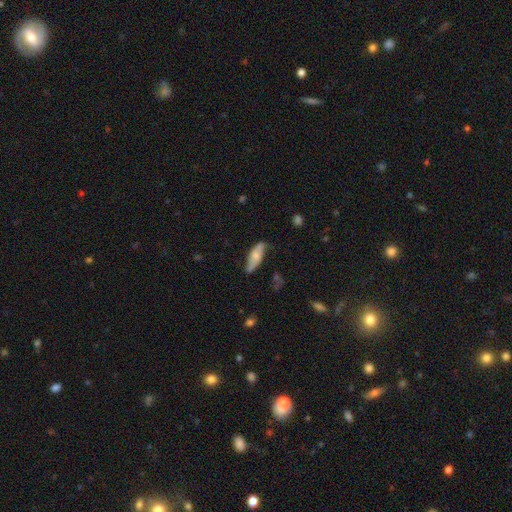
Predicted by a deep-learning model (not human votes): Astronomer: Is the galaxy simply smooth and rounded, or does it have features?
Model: smooth — 58% (runner-up: featured or disk, 36%).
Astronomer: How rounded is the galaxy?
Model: in between — 60% (runner-up: cigar-shaped, 38%).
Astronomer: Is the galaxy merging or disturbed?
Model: none — 57%.